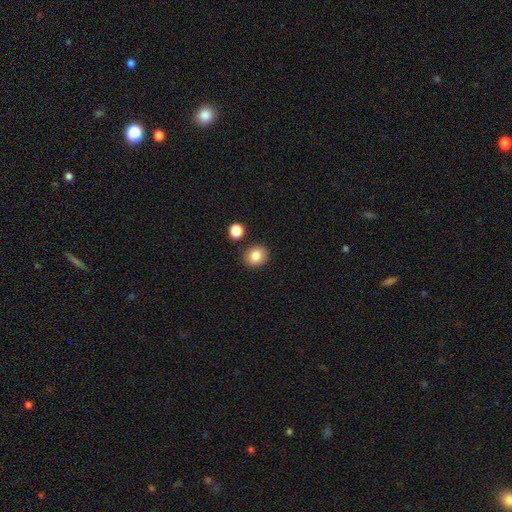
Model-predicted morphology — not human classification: A smooth galaxy with no disk features (84%) that is round (74%). Merging: none (86%).